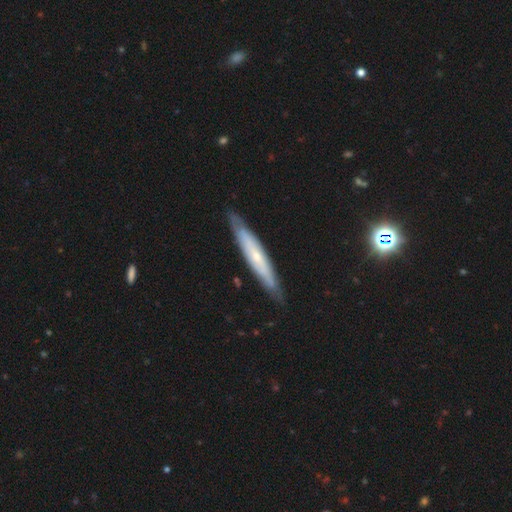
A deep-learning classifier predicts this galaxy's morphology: Smooth or featured?
  - featured or disk: 60% *
  - smooth: 34%
  - star or artifact: 6%
Edge-on disk?
  - yes: 70% *
  - no: 30%
Merging?
  - none: 83% *
  - minor disturbance: 13%
  - major disturbance: 2%
  - merger: 1%